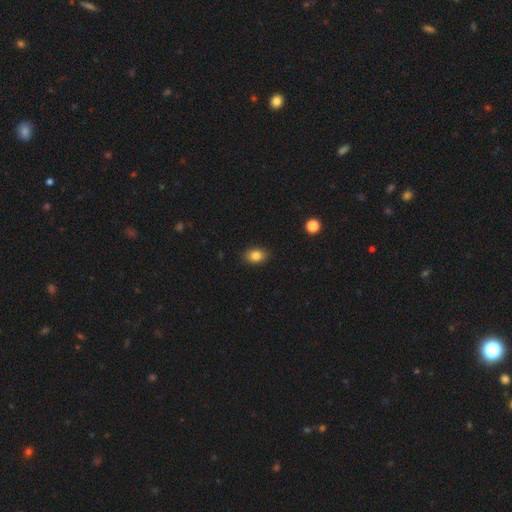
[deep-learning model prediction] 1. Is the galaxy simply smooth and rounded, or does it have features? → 83% smooth, 10% star or artifact, 7% featured or disk.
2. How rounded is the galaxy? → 70% in between, 29% round, 1% cigar-shaped.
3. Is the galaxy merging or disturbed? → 88% none, 9% minor disturbance, 2% major disturbance, 1% merger.